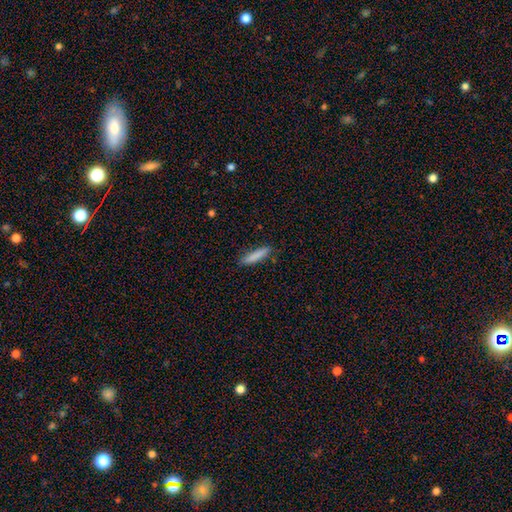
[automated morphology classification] Smooth or featured? Predicted: smooth (p=0.85). How rounded? Predicted: cigar-shaped (p=0.83). Merging? Predicted: none (p=0.85).